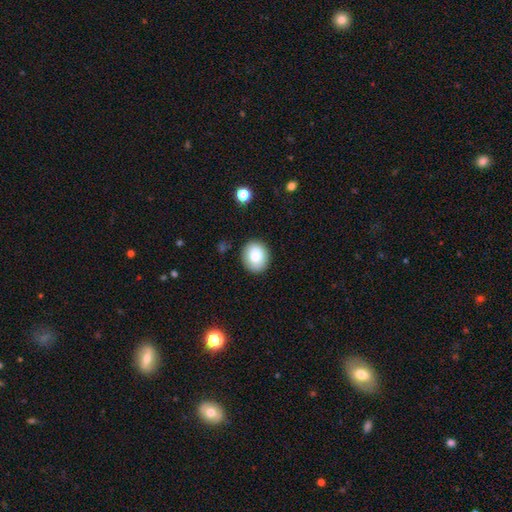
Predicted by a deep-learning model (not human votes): A smooth galaxy with no disk features (82%) that is round (62%). Merging: none (86%).